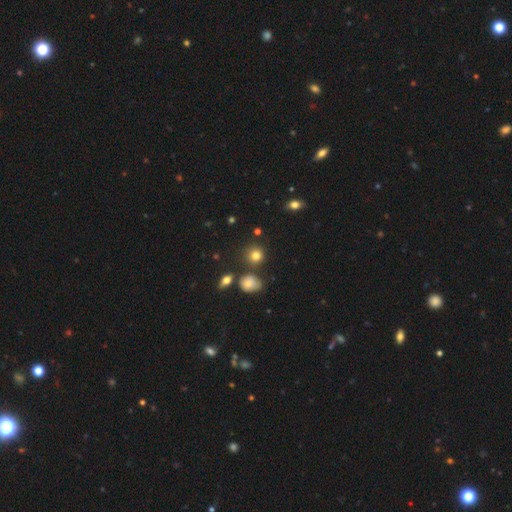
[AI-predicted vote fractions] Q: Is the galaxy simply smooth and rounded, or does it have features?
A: smooth — 79%.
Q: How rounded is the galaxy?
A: round — 88%.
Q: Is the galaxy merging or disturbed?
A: none — 78%.